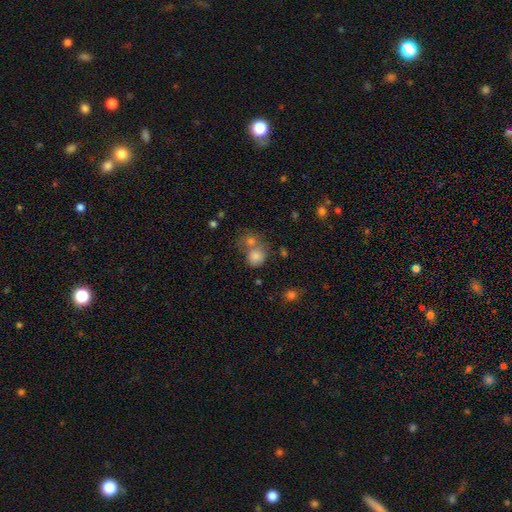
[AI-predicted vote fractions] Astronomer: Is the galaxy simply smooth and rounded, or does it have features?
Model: smooth — 80%.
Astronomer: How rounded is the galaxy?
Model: round — 71%.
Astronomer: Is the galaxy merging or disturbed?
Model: merger — 44% (runner-up: none, 39%).